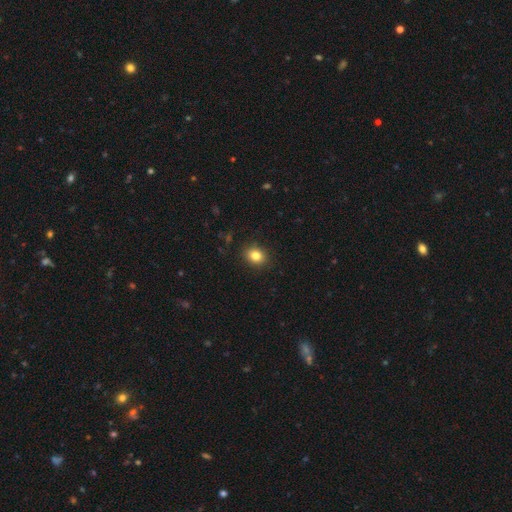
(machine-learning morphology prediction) This appears to be a smooth galaxy with no disk features (83%) that is round (55%). Merging: none (89%).